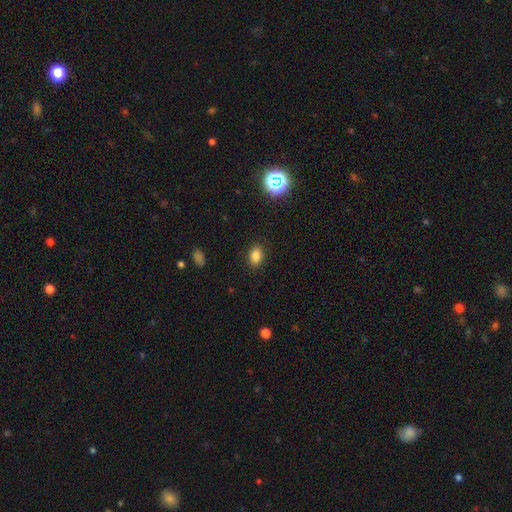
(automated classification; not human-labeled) Smooth or featured? Predicted: smooth (p=0.82). How rounded? Predicted: in between (p=0.81). Merging? Predicted: none (p=0.87).